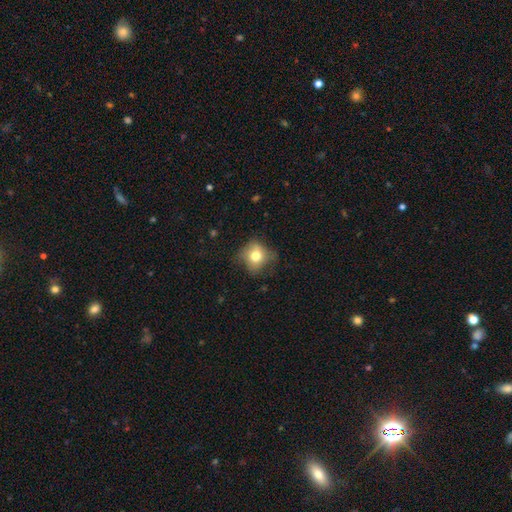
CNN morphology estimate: smooth-or-featured: smooth: 71% | featured or disk: 18% | star or artifact: 11%
  how-rounded: round: 71% | in between: 28% | cigar-shaped: 1%
  merging: none: 57% | minor disturbance: 28% | major disturbance: 13% | merger: 2%